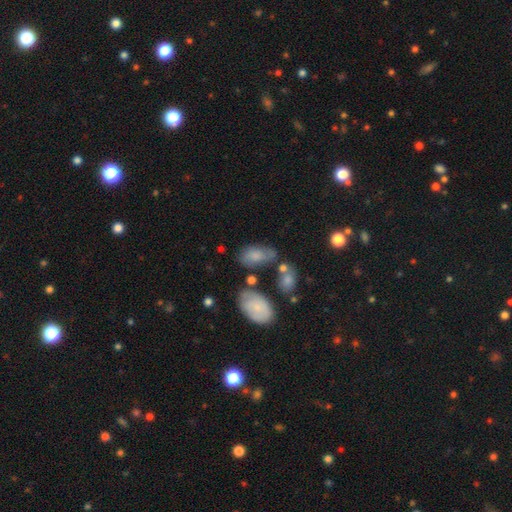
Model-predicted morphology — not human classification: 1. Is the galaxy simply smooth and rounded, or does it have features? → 69% smooth, 21% featured or disk, 9% star or artifact.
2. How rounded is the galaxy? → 91% in between, 7% round, 3% cigar-shaped.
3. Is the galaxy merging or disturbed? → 48% none, 26% minor disturbance, 13% major disturbance, 13% merger.